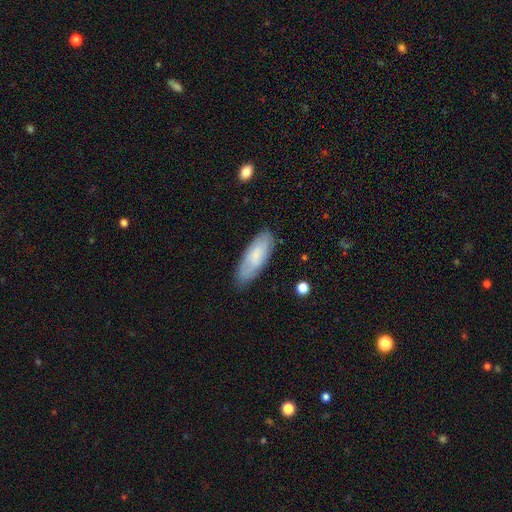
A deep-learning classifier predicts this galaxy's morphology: A smooth galaxy with no disk features (66%) that is in between round and cigar-shaped (70%). Merging: none (79%).